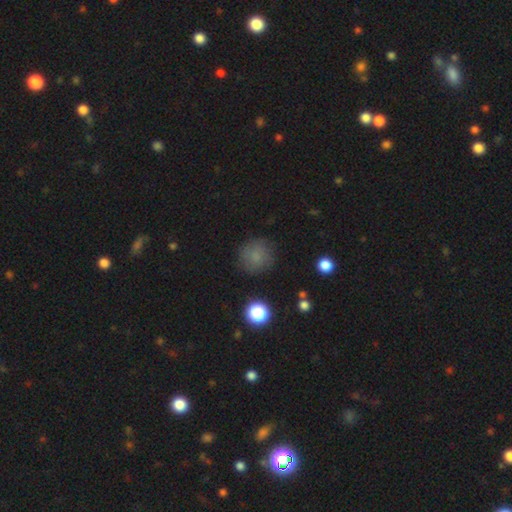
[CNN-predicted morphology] This is likely a smooth galaxy (77%). How rounded: clearly round (91%). Merging: clearly none (81%).